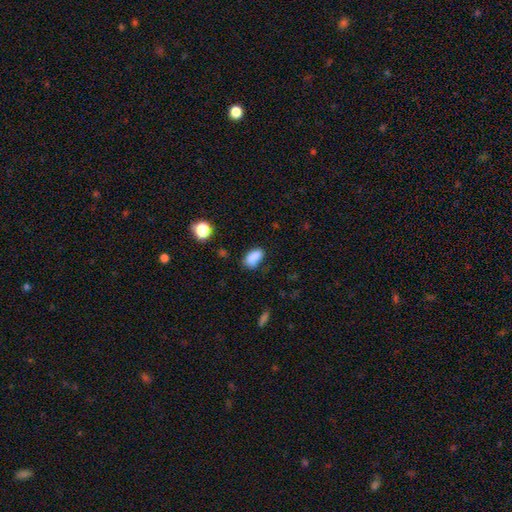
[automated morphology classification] Q: Smooth or featured?
A: smooth (85%); runner-up: star or artifact (10%)
Q: How rounded?
A: in between (90%); runner-up: round (7%)
Q: Merging?
A: none (67%); runner-up: minor disturbance (23%)